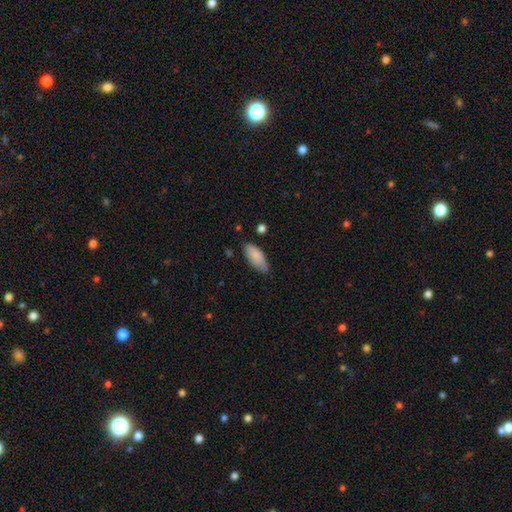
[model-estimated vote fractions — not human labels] Morphology: type=smooth (86%); roundness=in between (84%); merging=none (69%).